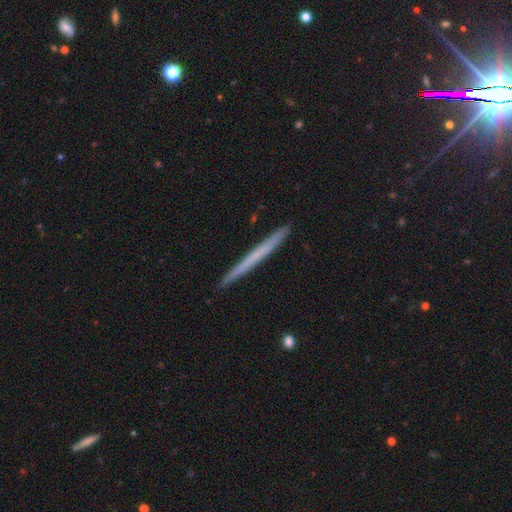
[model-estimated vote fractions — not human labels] smooth 51%, featured or disk 43%, star or artifact 6%. Down the decision tree: how rounded — cigar-shaped (97%); merging — none (93%).